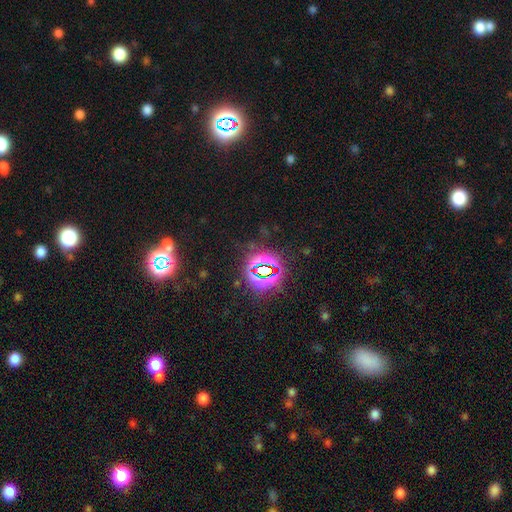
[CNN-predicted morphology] smooth_or_featured: star or artifact (p=0.80) [alt: smooth p=0.12]